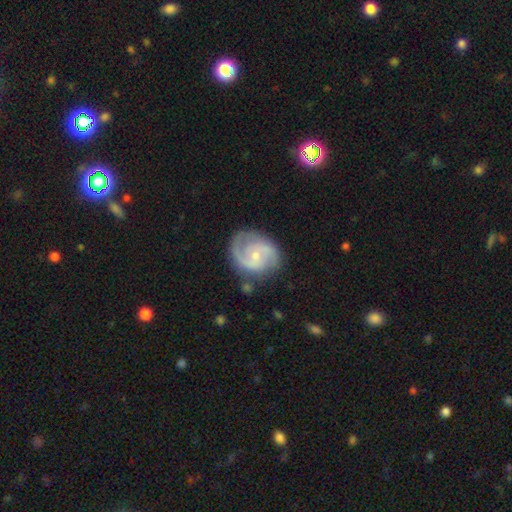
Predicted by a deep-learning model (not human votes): smooth-or-featured: featured or disk: 83% | smooth: 11% | star or artifact: 5%
  disk-edge-on: no: 98% | yes: 2%
    bar: no: 54% | weak: 39% | strong: 7%
    has-spiral-arms: yes: 96% | no: 4%
      spiral-winding: medium: 52% | tight: 32% | loose: 16%
      spiral-arm-count: 2: 83% | can't tell: 6% | 3: 5% | 1: 3% | 4: 1% | more than 4: 1%
    bulge-size: small: 65% | moderate: 30% | none: 3% | large: 1% | dominant: 1%
  merging: none: 76% | minor disturbance: 16% | major disturbance: 6% | merger: 2%